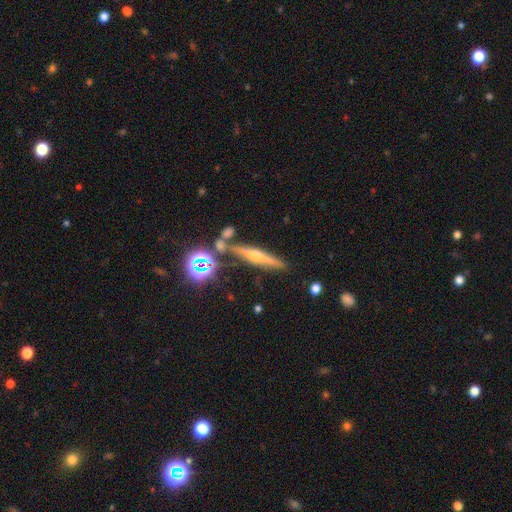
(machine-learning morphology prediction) Smooth or featured: featured or disk — 61% (smooth — 23%)
Edge-on disk: yes — 94% (no — 6%)
Edge-on bulge: rounded — 88% (none — 6%)
Merging: none — 76% (minor disturbance — 10%)